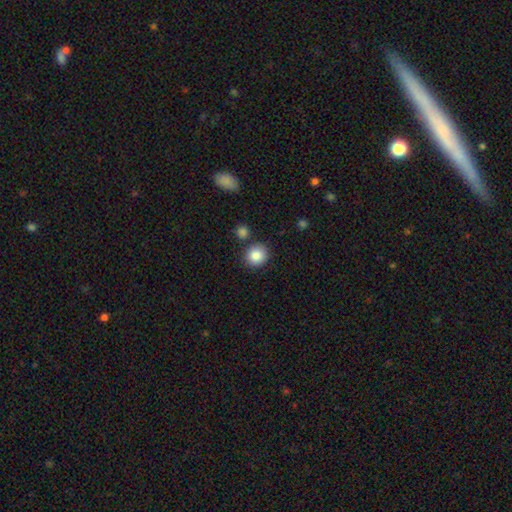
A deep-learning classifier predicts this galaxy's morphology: smooth 86%, star or artifact 9%, featured or disk 6%. Down the decision tree: how rounded — round (84%); merging — none (82%).